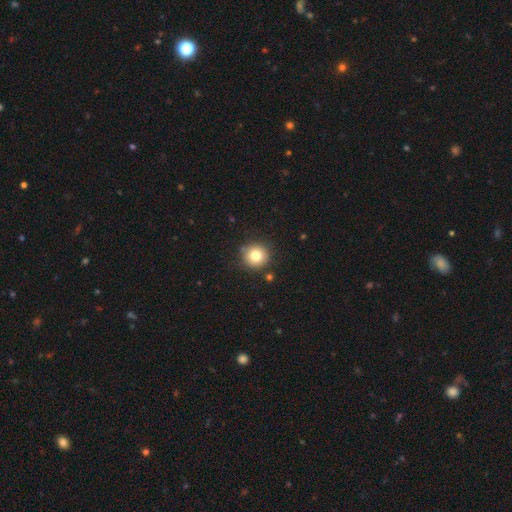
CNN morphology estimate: smooth-or-featured: smooth: 80% | star or artifact: 11% | featured or disk: 9%
  how-rounded: round: 94% | in between: 5% | cigar-shaped: 1%
  merging: none: 87% | minor disturbance: 7% | merger: 3% | major disturbance: 2%